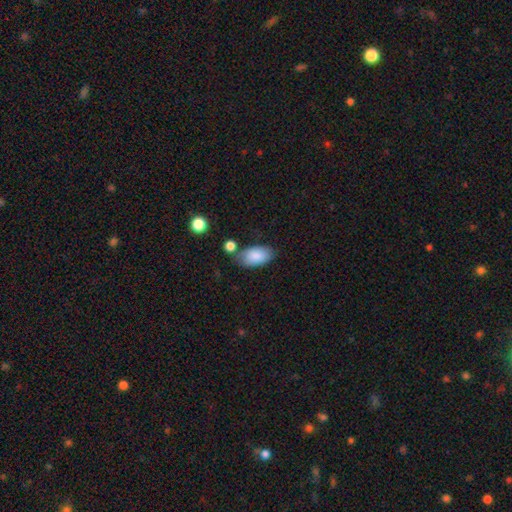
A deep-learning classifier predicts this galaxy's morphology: This appears to be a smooth galaxy with no disk features (85%) that is in between round and cigar-shaped (94%). Merging: none (66%).